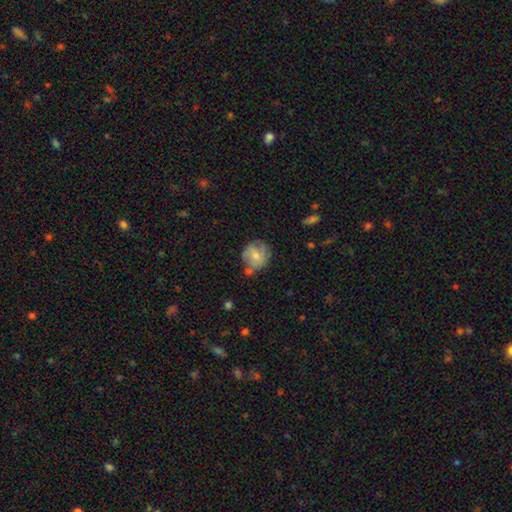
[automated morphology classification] A smooth galaxy with no disk features (55%) that is round (80%).

Vote fractions:
- Smooth or featured? smooth: 55% / featured or disk: 37% / star or artifact: 7%
- How rounded? round: 80% / in between: 19% / cigar-shaped: 1%
- Merging? none: 54% / minor disturbance: 26% / merger: 11% / major disturbance: 9%